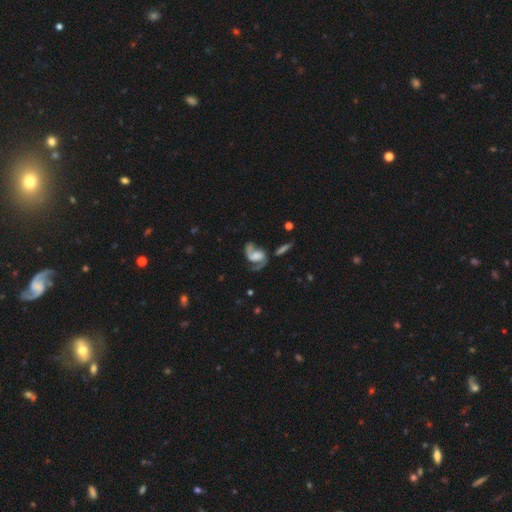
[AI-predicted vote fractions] Smooth or featured: featured or disk — 82% (smooth — 11%)
Edge-on disk: no — 97% (yes — 3%)
Bar: no — 47% (weak — 38%)
Spiral arms: yes — 95% (no — 5%)
Spiral winding: medium — 46% (loose — 40%)
Spiral arm count: 2 — 83% (1 — 11%)
Bulge size: none — 26% (tied with moderate — 26%)
Merging: none — 51% (major disturbance — 22%)